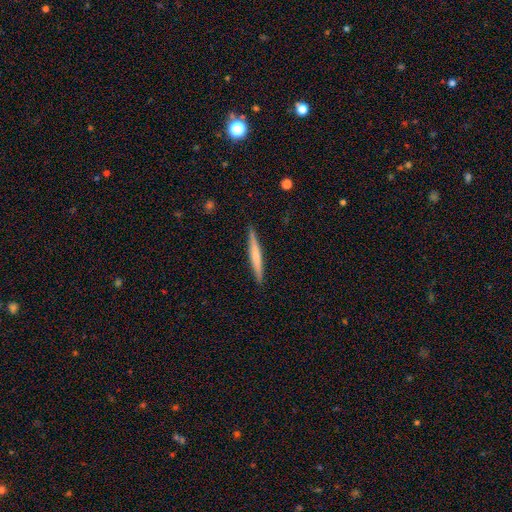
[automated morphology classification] The model was most divided on "smooth or featured": smooth: 55%, featured or disk: 40%, star or artifact: 5%. More confident: how rounded — cigar-shaped (96%); merging — none (91%).